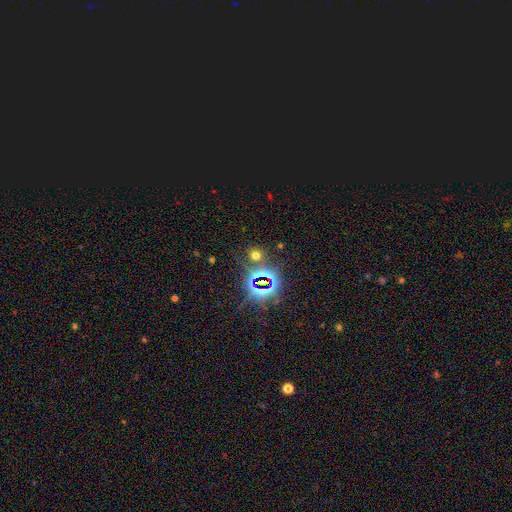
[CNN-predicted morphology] A smooth galaxy with no disk features (49%).

Vote fractions:
- Smooth or featured? smooth: 49% / star or artifact: 44% / featured or disk: 7%
- Merging? none: 79% / minor disturbance: 8% / merger: 8% / major disturbance: 4%